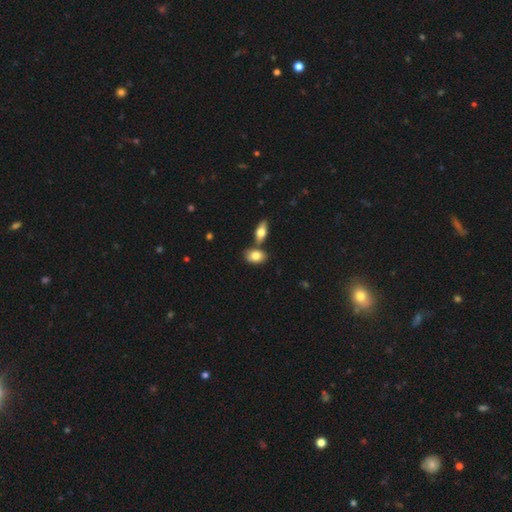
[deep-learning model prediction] Smooth or featured? smooth (79%)
How rounded? in between (86%)
Merging? none (58%)